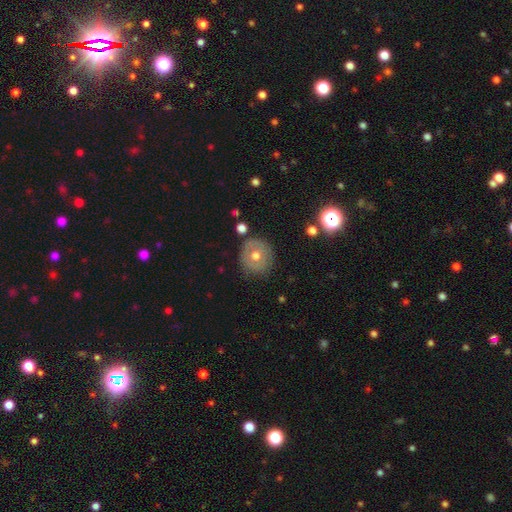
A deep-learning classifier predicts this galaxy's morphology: Smooth or featured?
  - smooth: 53% *
  - featured or disk: 36%
  - star or artifact: 11%
How rounded?
  - round: 90% *
  - in between: 9%
  - cigar-shaped: 1%
Merging?
  - none: 83% *
  - minor disturbance: 12%
  - major disturbance: 3%
  - merger: 2%